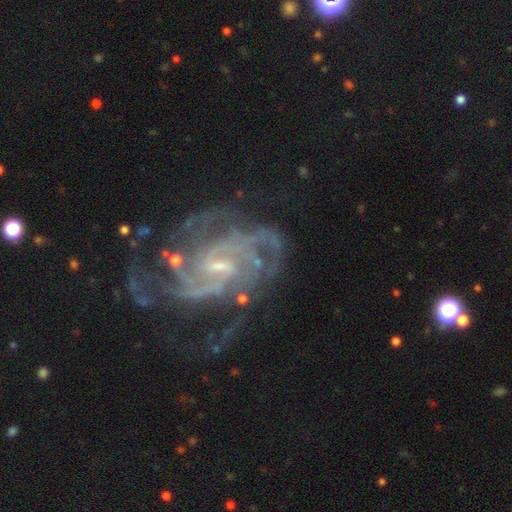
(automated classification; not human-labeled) Smooth or featured? featured or disk (88%)
Edge-on disk? no (97%)
Bar? weak (46%)
Spiral arms? yes (97%)
Spiral winding? tight (54%)
Spiral arm count? can't tell (26%)
Bulge size? small (68%)
Merging? none (68%)